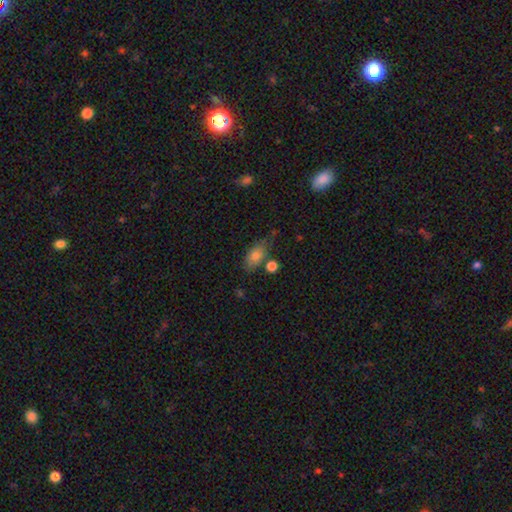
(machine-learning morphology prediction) The model was most divided on "merging": none: 63%, minor disturbance: 20%, merger: 11%, major disturbance: 6%. More confident: how rounded — in between (87%); smooth or featured — smooth (78%).